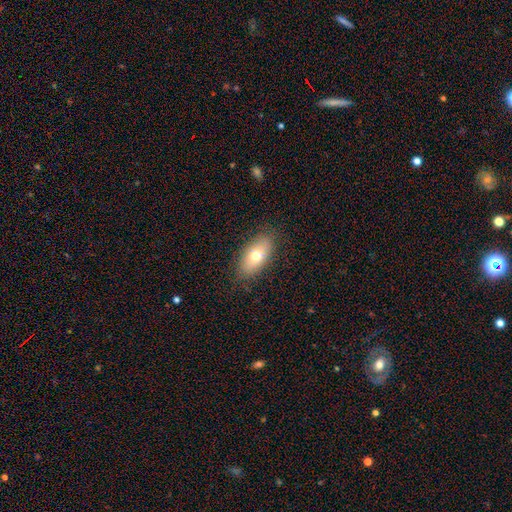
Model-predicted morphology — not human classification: Smooth or featured?
  - smooth: 70% *
  - featured or disk: 22%
  - star or artifact: 8%
How rounded?
  - in between: 87% *
  - cigar-shaped: 8%
  - round: 5%
Merging?
  - none: 85% *
  - minor disturbance: 11%
  - major disturbance: 3%
  - merger: 1%